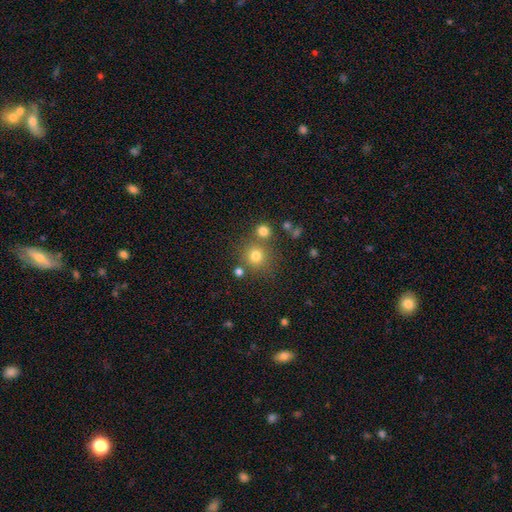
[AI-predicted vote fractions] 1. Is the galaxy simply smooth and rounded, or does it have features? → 76% smooth, 16% star or artifact, 8% featured or disk.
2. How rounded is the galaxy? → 91% round, 8% in between, 1% cigar-shaped.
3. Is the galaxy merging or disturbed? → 71% none, 16% merger, 9% minor disturbance, 4% major disturbance.